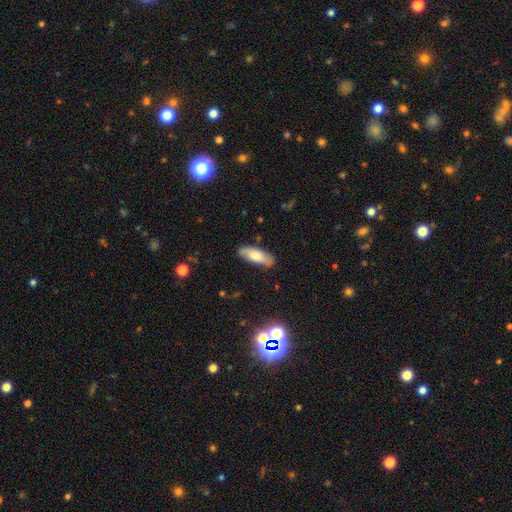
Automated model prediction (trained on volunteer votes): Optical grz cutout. It shows a smooth galaxy with no disk features (68%) that is in between round and cigar-shaped (70%). Merging: none (84%).